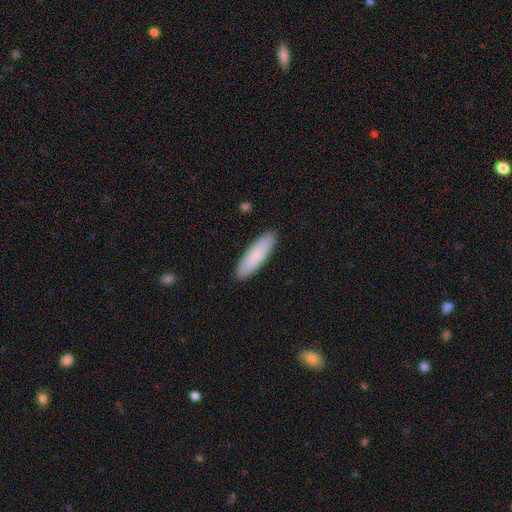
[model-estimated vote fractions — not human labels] Overall: smooth (84%). How rounded: cigar-shaped (59%; in between 39%). Merging: none (90%).